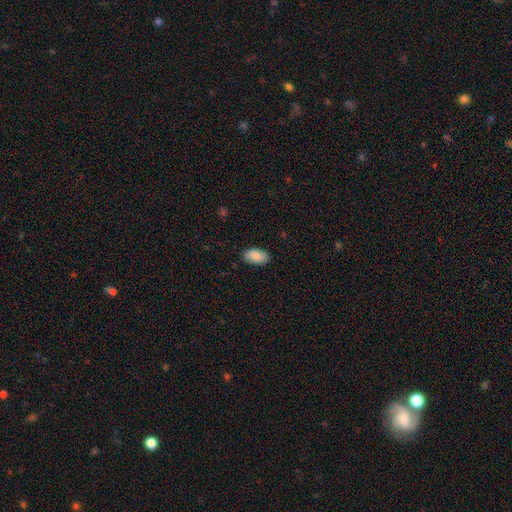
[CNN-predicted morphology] This appears to be a smooth galaxy with no disk features (88%) that is in between round and cigar-shaped (95%). Merging: none (87%).